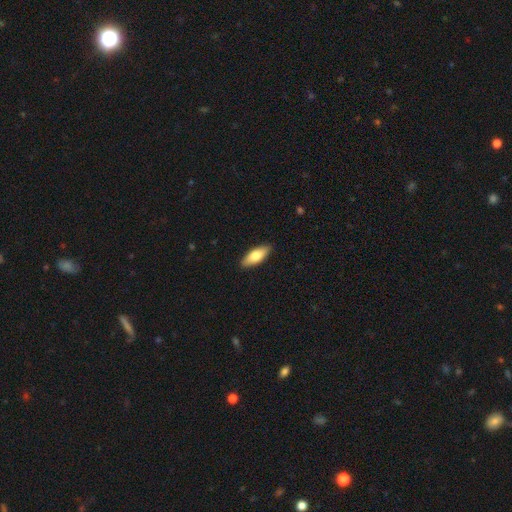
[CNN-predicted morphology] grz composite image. It shows a smooth galaxy with no disk features (74%) that is in between round and cigar-shaped (73%). Merging: none (89%).